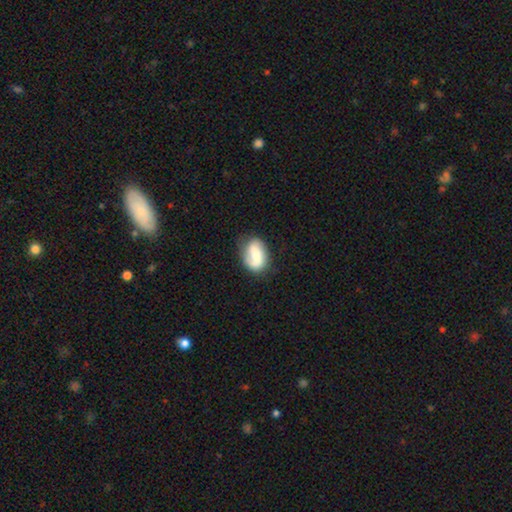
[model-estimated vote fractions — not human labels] Q: Smooth or featured?
A: smooth (51%); runner-up: featured or disk (42%)
Q: How rounded?
A: in between (82%); runner-up: round (16%)
Q: Merging?
A: none (66%); runner-up: minor disturbance (24%)